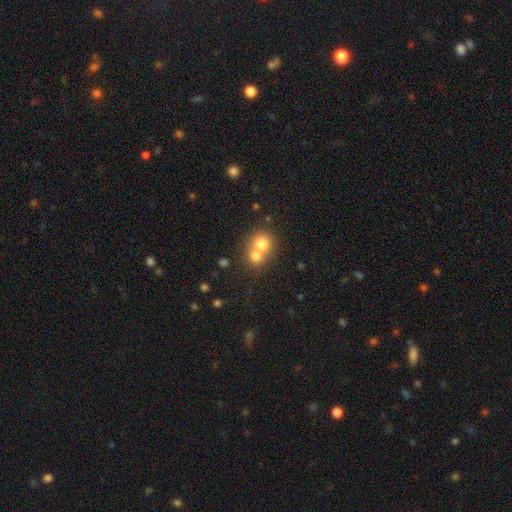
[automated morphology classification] smooth-or-featured: smooth: 73% | featured or disk: 16% | star or artifact: 11%
  how-rounded: round: 79% | in between: 20% | cigar-shaped: 1%
  merging: merger: 64% | none: 29% | minor disturbance: 4% | major disturbance: 2%